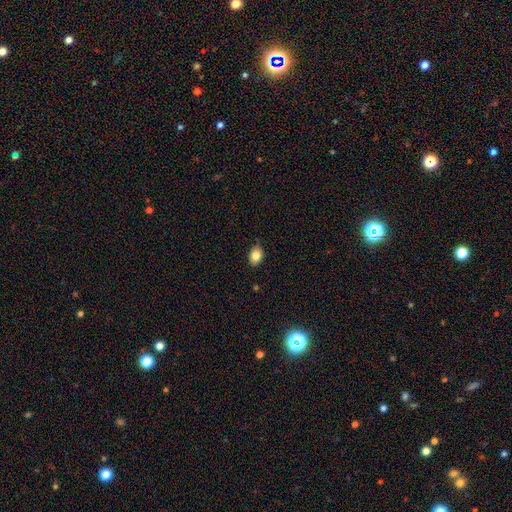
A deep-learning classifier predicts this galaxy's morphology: Q: Smooth or featured?
A: smooth (83%); runner-up: star or artifact (9%)
Q: How rounded?
A: in between (81%); runner-up: round (18%)
Q: Merging?
A: none (83%); runner-up: minor disturbance (14%)